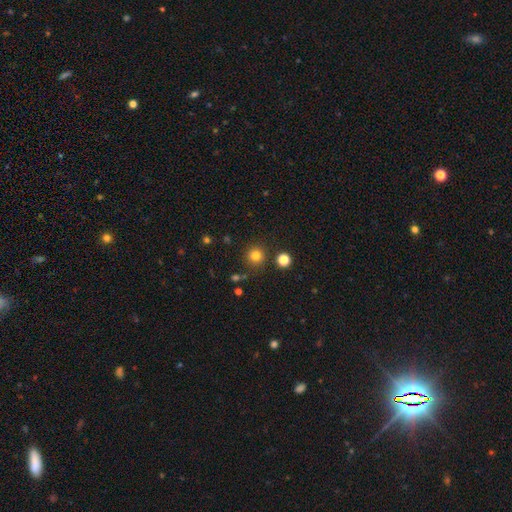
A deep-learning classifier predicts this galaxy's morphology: Smooth or featured: smooth — 80% (star or artifact — 14%)
How rounded: round — 94% (in between — 5%)
Merging: none — 86% (minor disturbance — 8%)